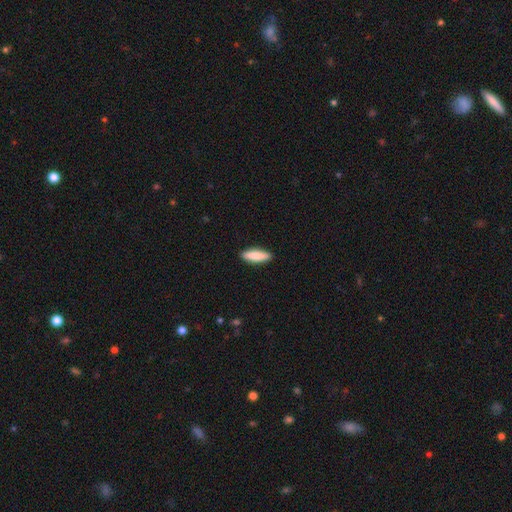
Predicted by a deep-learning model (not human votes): Overall: smooth (84%). How rounded: cigar-shaped (63%; in between 36%). Merging: none (89%).